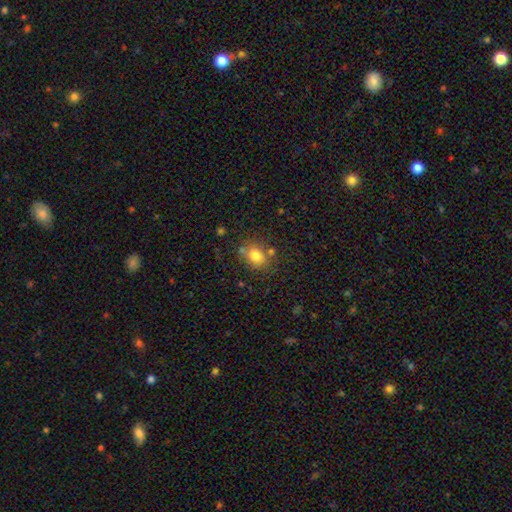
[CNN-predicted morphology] smooth 79%, star or artifact 11%, featured or disk 10%. Down the decision tree: how rounded — in between (55%); merging — none (71%).